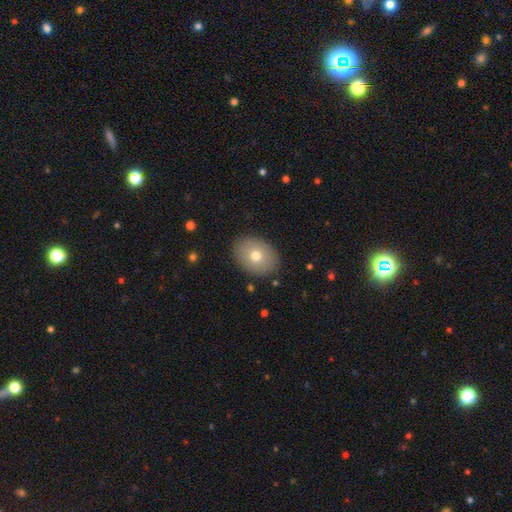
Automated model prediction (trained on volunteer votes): Smooth or featured: smooth — 73% (featured or disk — 19%)
How rounded: in between — 68% (round — 31%)
Merging: none — 88% (minor disturbance — 9%)